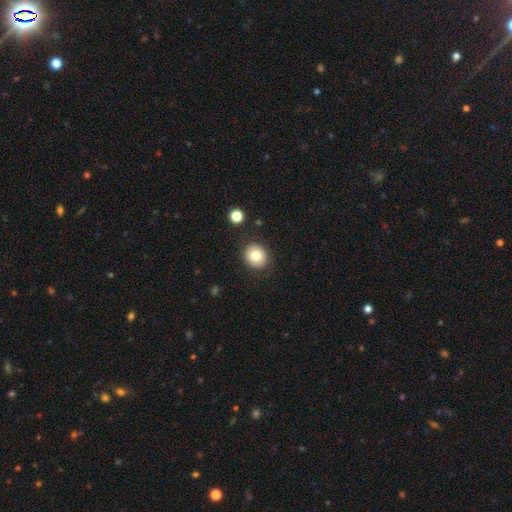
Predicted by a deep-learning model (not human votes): A smooth galaxy with no disk features (80%) that is round (76%). Merging: none (86%).